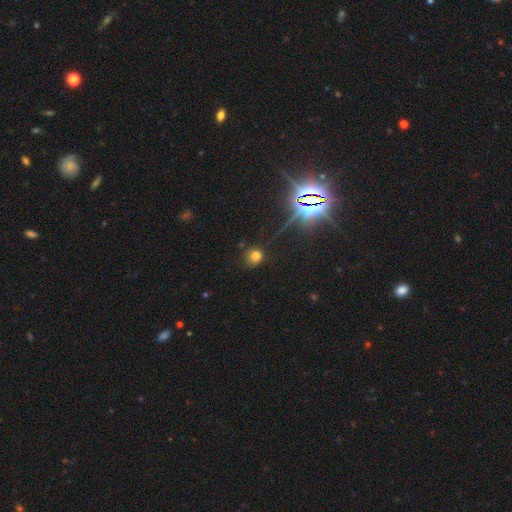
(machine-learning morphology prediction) A smooth galaxy with no disk features (70%) that is round (84%).

Vote fractions:
- Smooth or featured? smooth: 70% / star or artifact: 23% / featured or disk: 7%
- How rounded? round: 84% / in between: 15% / cigar-shaped: 1%
- Merging? none: 79% / minor disturbance: 13% / major disturbance: 5% / merger: 4%